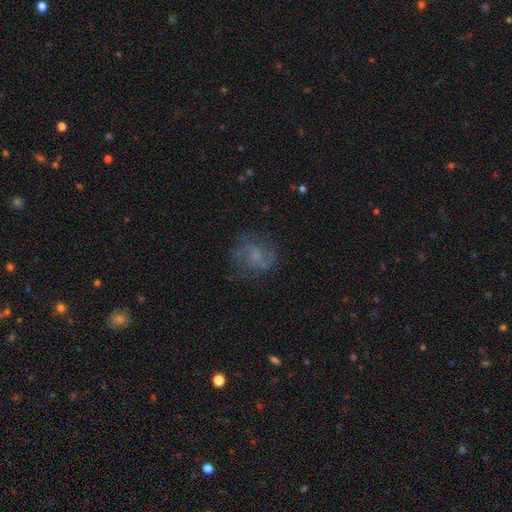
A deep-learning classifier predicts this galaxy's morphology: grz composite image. It shows a featured or disk galaxy (65%) with no bar (56%), 2 (77%) medium (48%) spiral arms (86%) and a small central bulge (41%). Merging: none (71%).